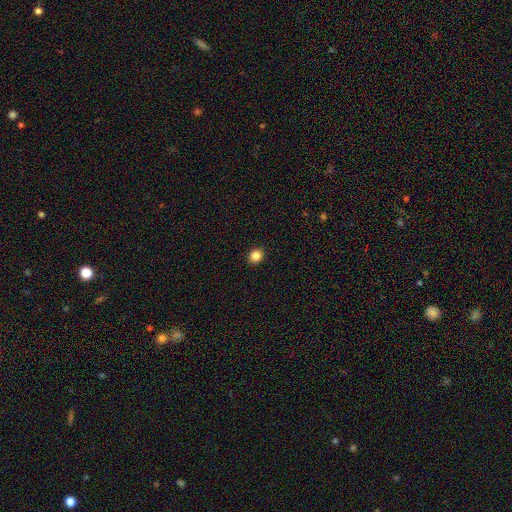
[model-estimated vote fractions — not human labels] Smooth or featured? Predicted: smooth (p=0.85). How rounded? Predicted: round (p=0.66). Merging? Predicted: none (p=0.92).